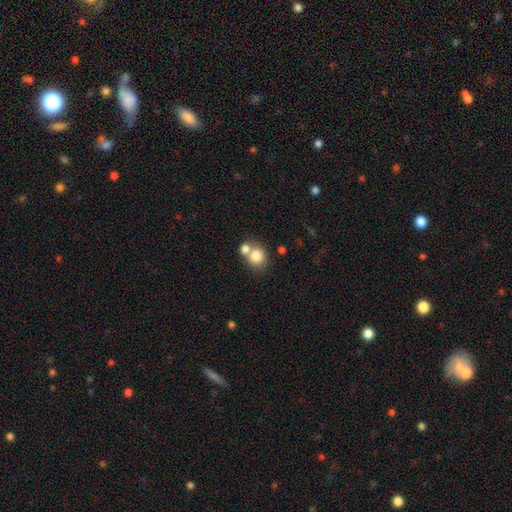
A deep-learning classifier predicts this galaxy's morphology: Overall: smooth (80%). How rounded: round (78%). Merging: none (44%, tied with merger).